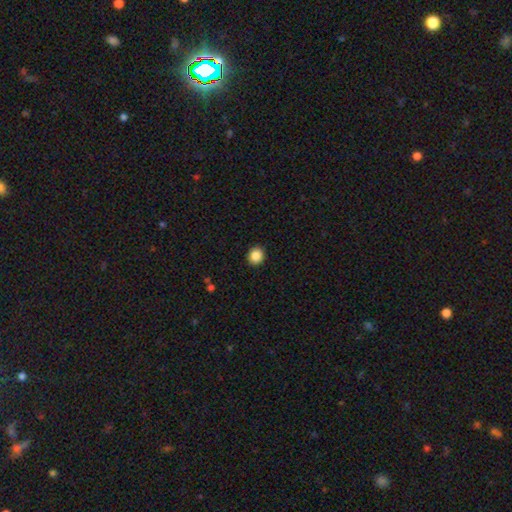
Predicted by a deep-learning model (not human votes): Overall: smooth (87%). How rounded: round (81%). Merging: none (92%).